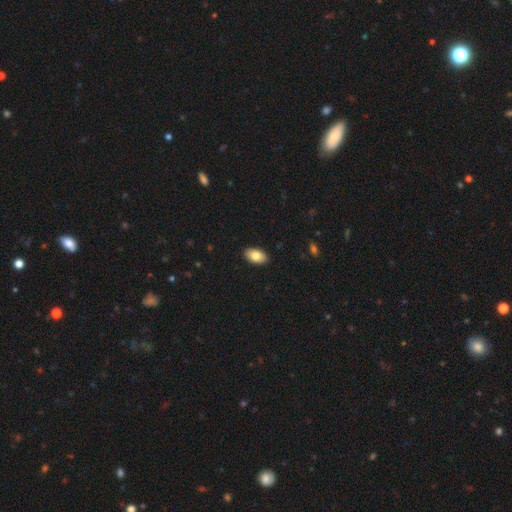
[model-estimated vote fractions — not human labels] smooth_or_featured: smooth (p=0.81) [alt: featured or disk p=0.12]
how_rounded: in between (p=0.93) [alt: round p=0.05]
merging: none (p=0.90) [alt: minor disturbance p=0.07]